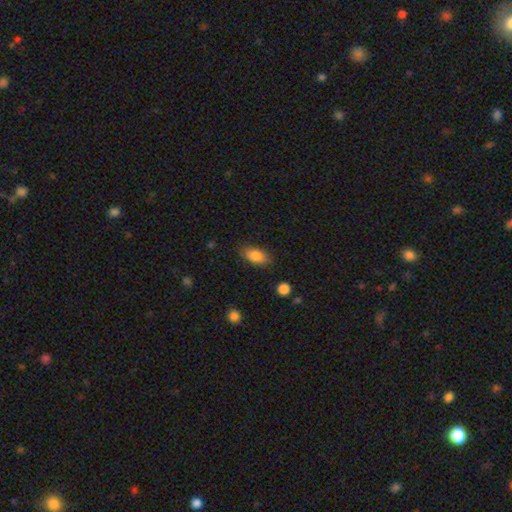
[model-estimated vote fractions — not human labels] A smooth galaxy with no disk features (84%) that is in between round and cigar-shaped (90%). Merging: none (82%).